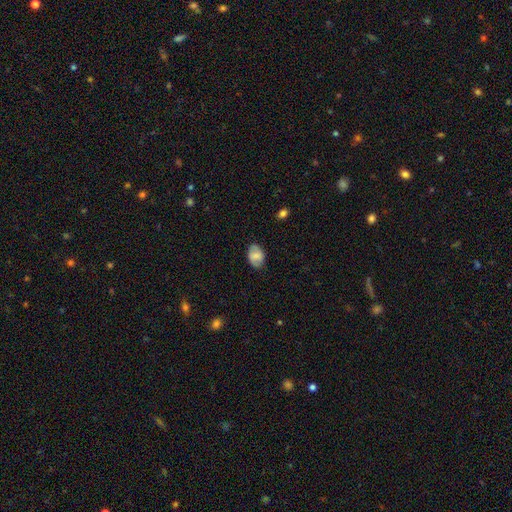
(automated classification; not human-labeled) smooth 66%, featured or disk 26%, star or artifact 8%. Down the decision tree: how rounded — in between (79%); merging — none (79%).